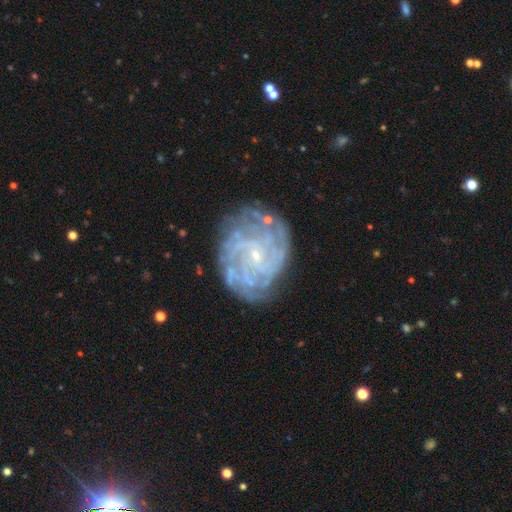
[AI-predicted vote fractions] Q: Smooth or featured?
A: featured or disk (87%); runner-up: smooth (7%)
Q: Edge-on disk?
A: no (97%); runner-up: yes (3%)
Q: Bar?
A: no (59%); runner-up: weak (33%)
Q: Spiral arms?
A: yes (95%); runner-up: no (5%)
Q: Spiral winding?
A: tight (69%); runner-up: medium (24%)
Q: Spiral arm count?
A: can't tell (32%); runner-up: 4 (22%)
Q: Bulge size?
A: small (86%); runner-up: moderate (9%)
Q: Merging?
A: none (75%); runner-up: minor disturbance (17%)